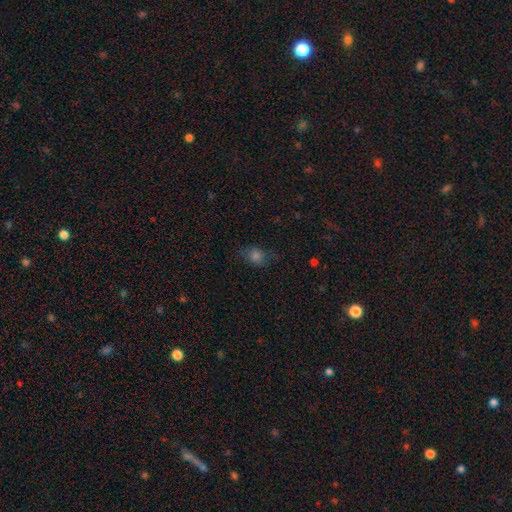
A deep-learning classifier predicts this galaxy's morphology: smooth 72%, star or artifact 19%, featured or disk 10%. Down the decision tree: how rounded — round (51%); merging — none (72%).